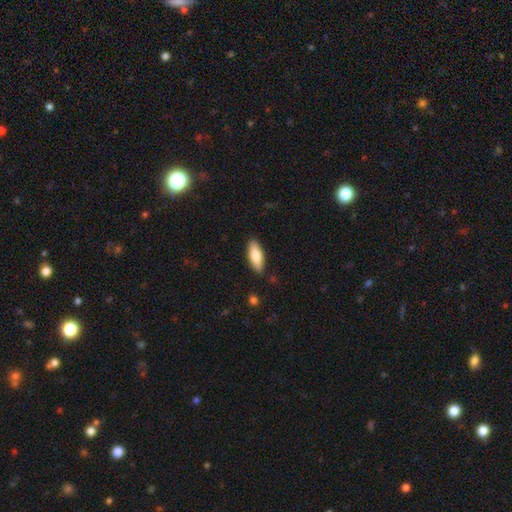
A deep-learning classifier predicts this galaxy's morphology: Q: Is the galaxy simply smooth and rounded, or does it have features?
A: smooth — 78%.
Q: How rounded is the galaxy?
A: in between — 68%.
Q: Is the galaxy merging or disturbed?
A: none — 88%.